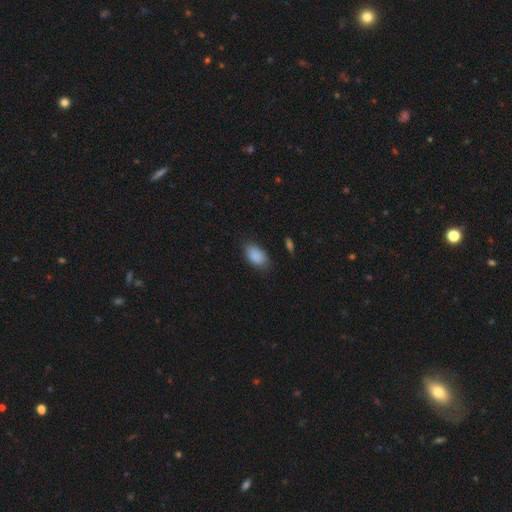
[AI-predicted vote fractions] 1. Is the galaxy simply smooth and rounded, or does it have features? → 89% smooth, 7% star or artifact, 4% featured or disk.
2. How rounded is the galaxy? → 92% in between, 6% round, 2% cigar-shaped.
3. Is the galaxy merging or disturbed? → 78% none, 17% minor disturbance, 4% major disturbance, 1% merger.